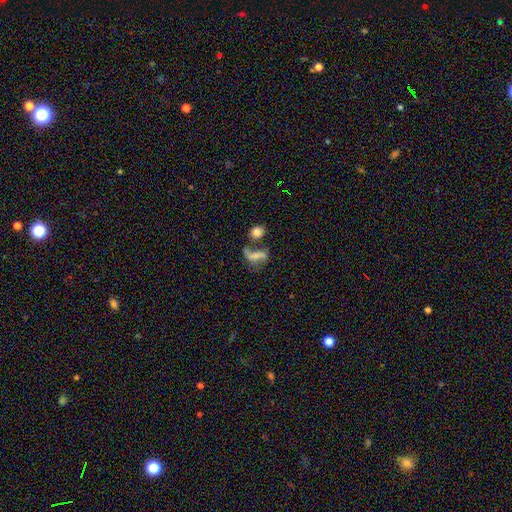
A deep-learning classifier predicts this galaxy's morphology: Smooth or featured? featured or disk (49%)
Merging? merger (33%)